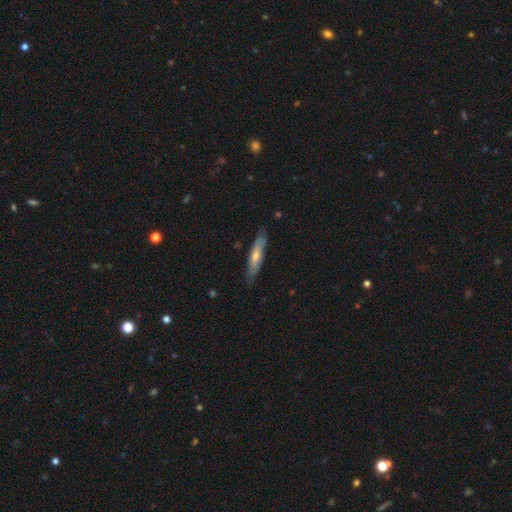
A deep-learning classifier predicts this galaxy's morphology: Q: Smooth or featured?
A: featured or disk (47%); tied with: smooth (47%)
Q: Merging?
A: none (82%); runner-up: minor disturbance (14%)